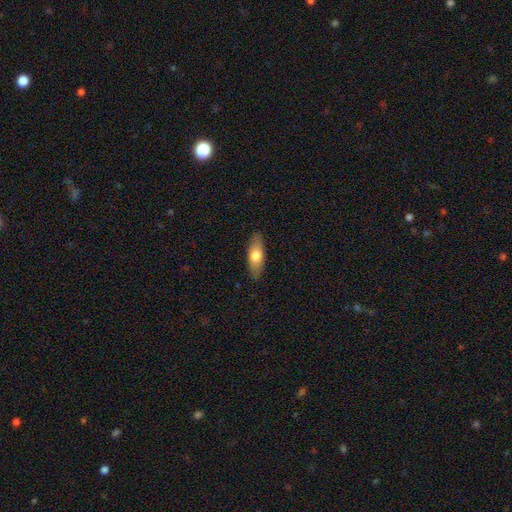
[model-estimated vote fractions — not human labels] Morphology: type=smooth (68%); roundness=in between (71%); merging=none (87%).